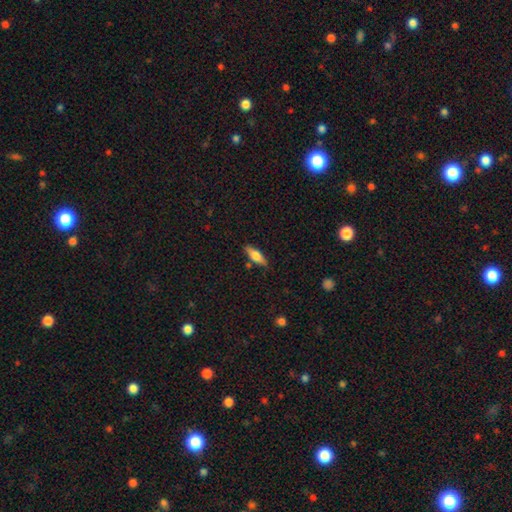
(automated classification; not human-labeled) Smooth or featured? smooth (64%)
How rounded? in between (54%)
Merging? none (83%)